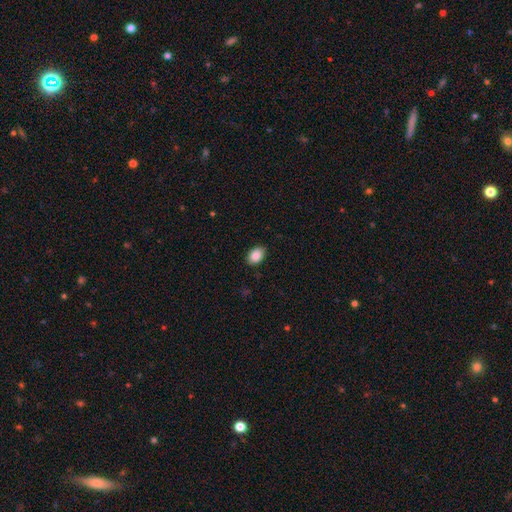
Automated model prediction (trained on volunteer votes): Q: Smooth or featured?
A: smooth (88%); runner-up: star or artifact (7%)
Q: How rounded?
A: in between (82%); runner-up: round (17%)
Q: Merging?
A: none (89%); runner-up: minor disturbance (8%)